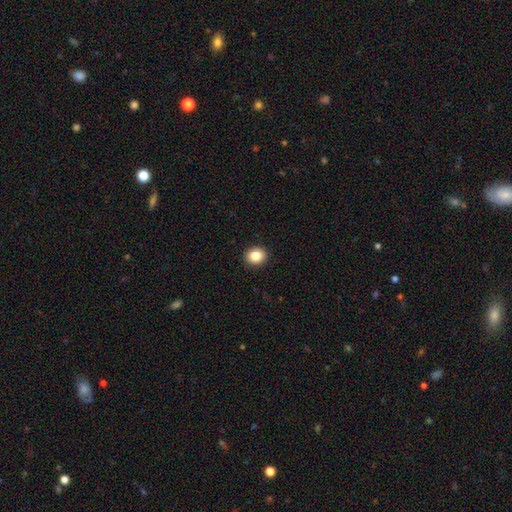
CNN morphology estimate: Smooth or featured: smooth — 85% (star or artifact — 9%)
How rounded: round — 66% (in between — 33%)
Merging: none — 92% (minor disturbance — 6%)